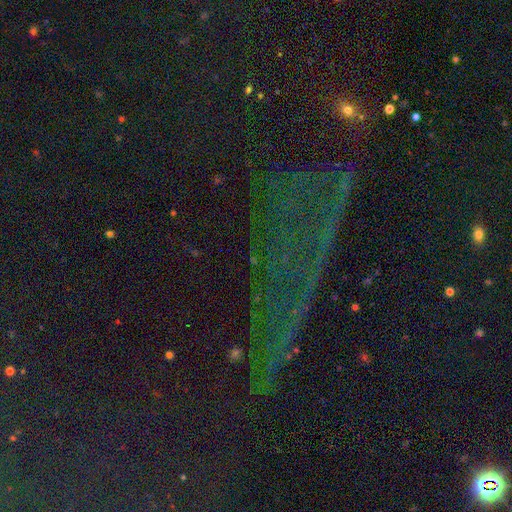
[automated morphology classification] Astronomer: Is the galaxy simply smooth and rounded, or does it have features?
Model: star or artifact — 81%.